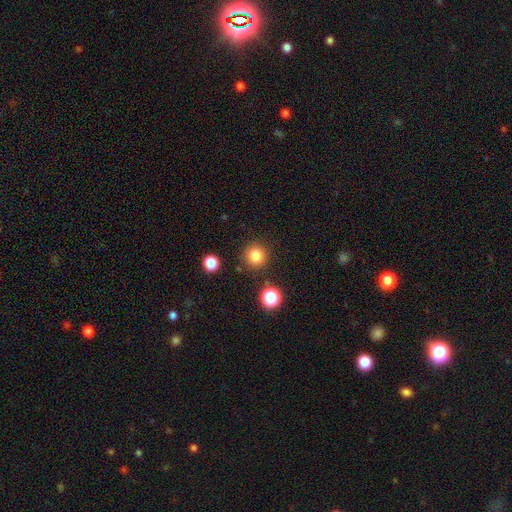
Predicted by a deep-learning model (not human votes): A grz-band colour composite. It shows a smooth galaxy with no disk features (82%) that is round (95%). Merging: none (88%).